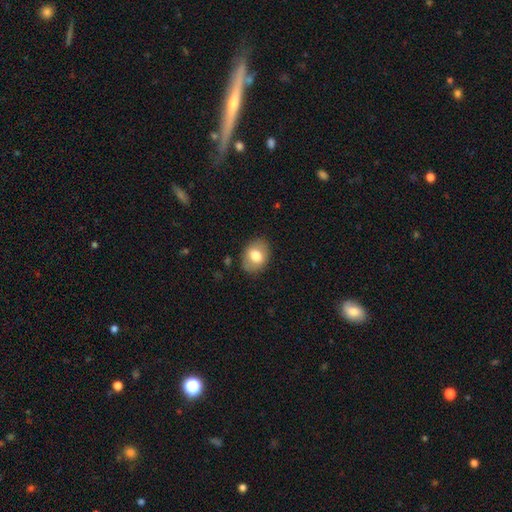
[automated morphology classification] smooth 72%, featured or disk 20%, star or artifact 8%. Down the decision tree: how rounded — in between (68%); merging — none (84%).